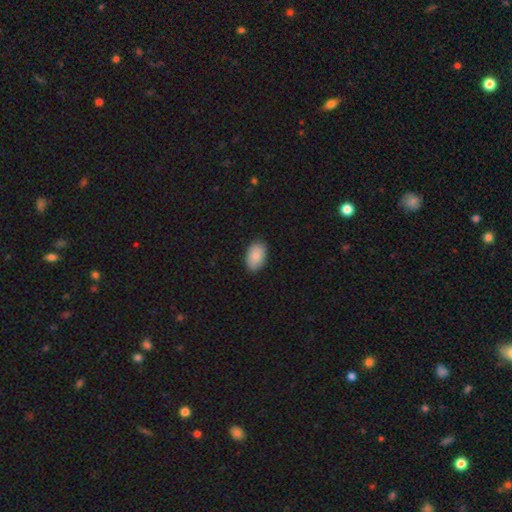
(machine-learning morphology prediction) This is clearly a smooth galaxy (88%). How rounded: clearly in between (93%). Merging: clearly none (87%).